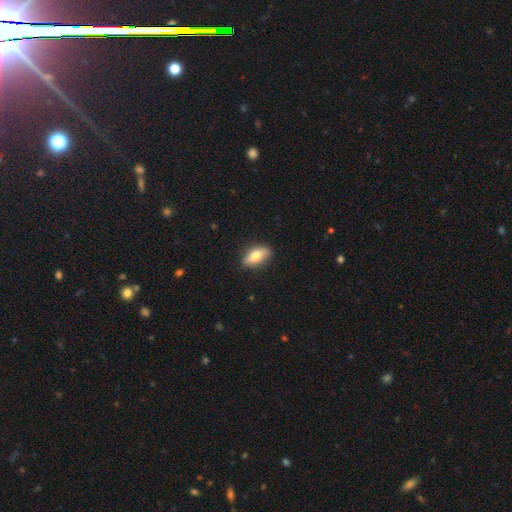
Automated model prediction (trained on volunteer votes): Smooth or featured?
  - smooth: 66% *
  - featured or disk: 27%
  - star or artifact: 7%
How rounded?
  - in between: 81% *
  - cigar-shaped: 13%
  - round: 6%
Merging?
  - none: 85% *
  - minor disturbance: 12%
  - major disturbance: 2%
  - merger: 1%